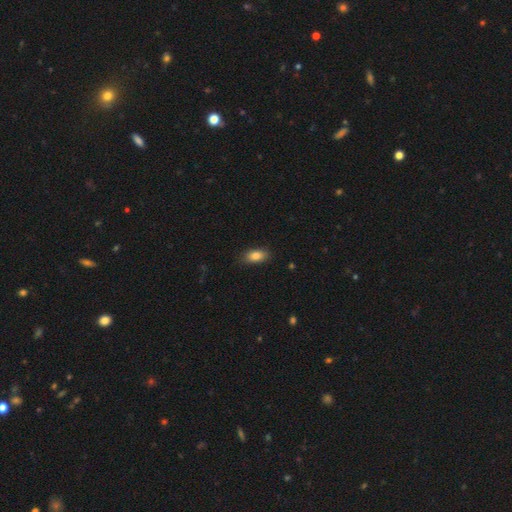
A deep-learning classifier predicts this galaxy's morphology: Smooth or featured? Predicted: smooth (p=0.85). How rounded? Predicted: in between (p=0.88). Merging? Predicted: none (p=0.84).